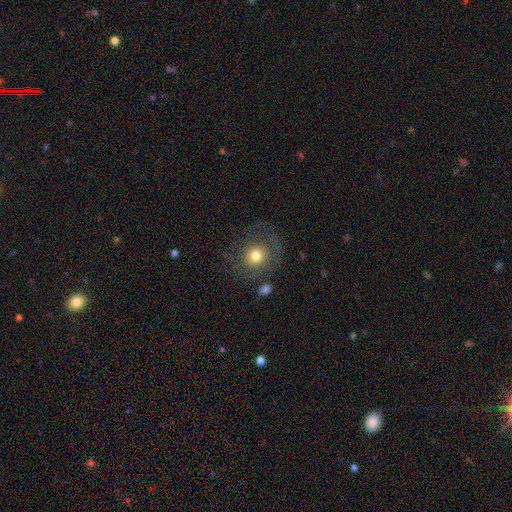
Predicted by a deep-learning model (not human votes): Q: Smooth or featured?
A: smooth (66%); runner-up: featured or disk (24%)
Q: How rounded?
A: round (84%); runner-up: in between (15%)
Q: Merging?
A: none (62%); runner-up: minor disturbance (17%)